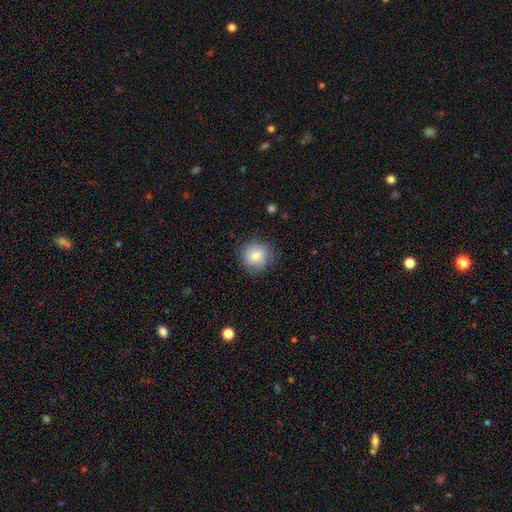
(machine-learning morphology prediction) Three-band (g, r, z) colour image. It shows a smooth galaxy with no disk features (80%) that is round (90%). Merging: none (82%).